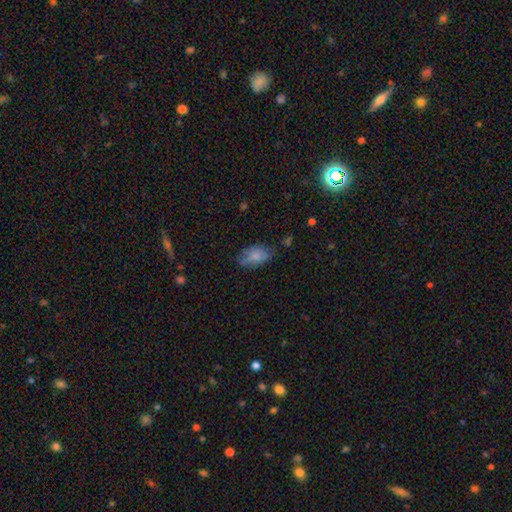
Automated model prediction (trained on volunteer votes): smooth-or-featured: smooth: 75% | featured or disk: 17% | star or artifact: 8%
  how-rounded: in between: 91% | round: 6% | cigar-shaped: 3%
  merging: none: 54% | minor disturbance: 32% | major disturbance: 10% | merger: 3%